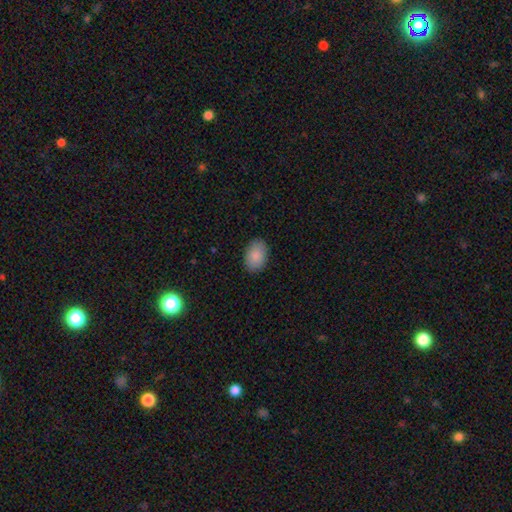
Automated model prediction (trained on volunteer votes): Smooth or featured? Predicted: smooth (p=0.88). How rounded? Predicted: in between (p=0.87). Merging? Predicted: none (p=0.87).